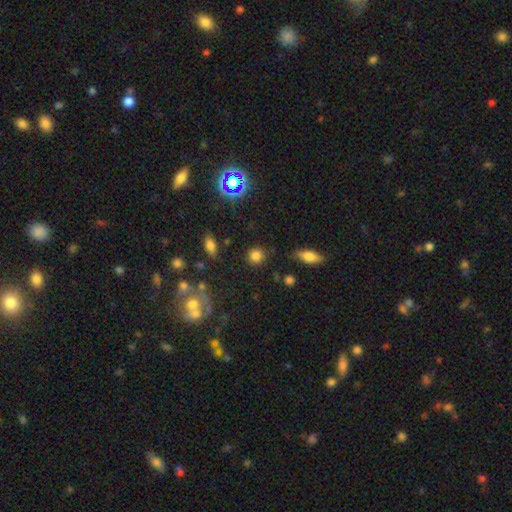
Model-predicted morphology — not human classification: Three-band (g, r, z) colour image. It shows a smooth galaxy with no disk features (79%) that is round (86%). Merging: none (82%).